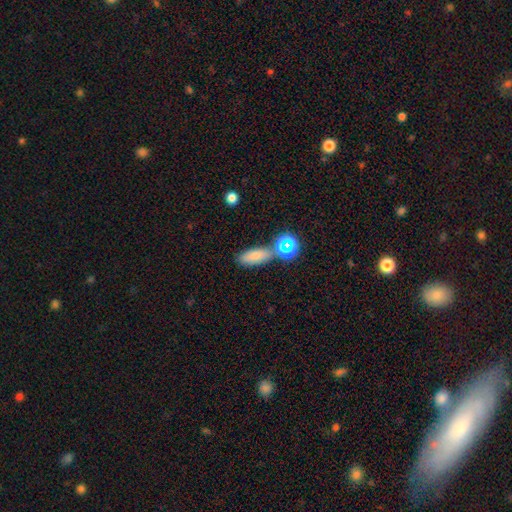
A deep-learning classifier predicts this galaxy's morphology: type=smooth (75%); roundness=in between (72%); merging=none (69%).